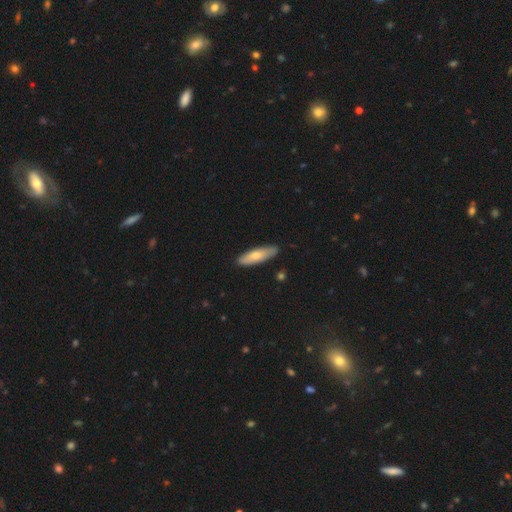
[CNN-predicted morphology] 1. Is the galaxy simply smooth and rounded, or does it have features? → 69% smooth, 26% featured or disk, 5% star or artifact.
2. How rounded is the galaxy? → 56% cigar-shaped, 42% in between, 2% round.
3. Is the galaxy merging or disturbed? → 86% none, 11% minor disturbance, 2% major disturbance, 1% merger.